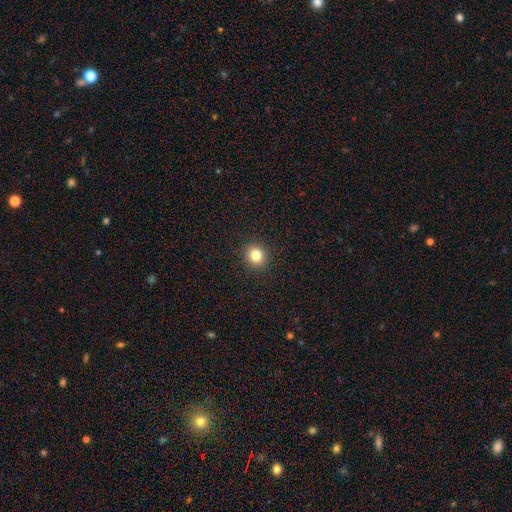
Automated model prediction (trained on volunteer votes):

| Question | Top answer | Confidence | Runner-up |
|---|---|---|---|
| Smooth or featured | smooth | 82% | star or artifact (12%) |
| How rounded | round | 83% | in between (16%) |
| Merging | none | 91% | minor disturbance (6%) |